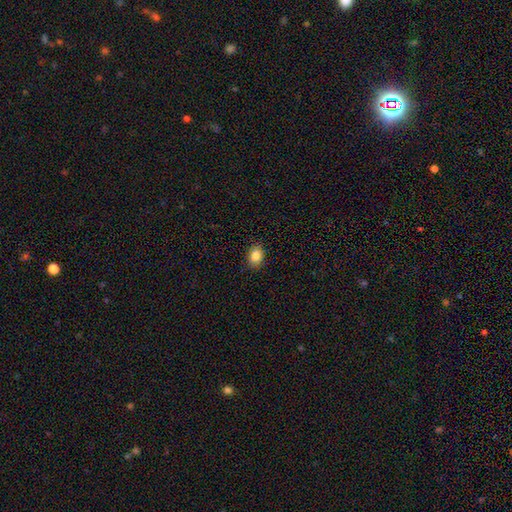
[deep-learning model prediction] Smooth or featured? Predicted: smooth (p=0.85). How rounded? Predicted: in between (p=0.62). Merging? Predicted: none (p=0.88).